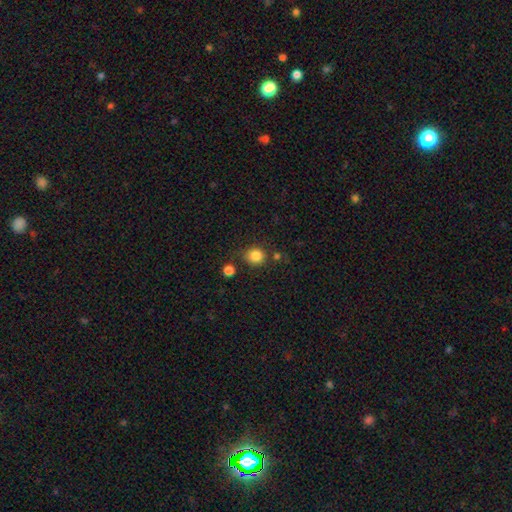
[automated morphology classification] Q: Smooth or featured?
A: smooth (85%); runner-up: star or artifact (11%)
Q: How rounded?
A: round (86%); runner-up: in between (13%)
Q: Merging?
A: none (77%); runner-up: minor disturbance (12%)